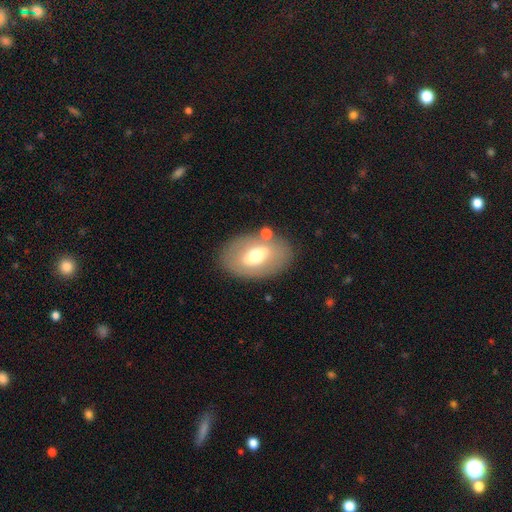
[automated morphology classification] Q: Smooth or featured?
A: smooth (49%); runner-up: featured or disk (44%)
Q: Merging?
A: none (78%); runner-up: minor disturbance (12%)